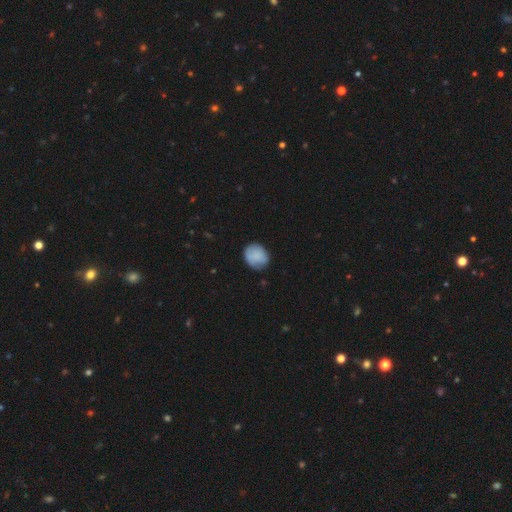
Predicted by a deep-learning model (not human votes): Overall: smooth (84%). How rounded: round (65%; in between 34%). Merging: none (73%).